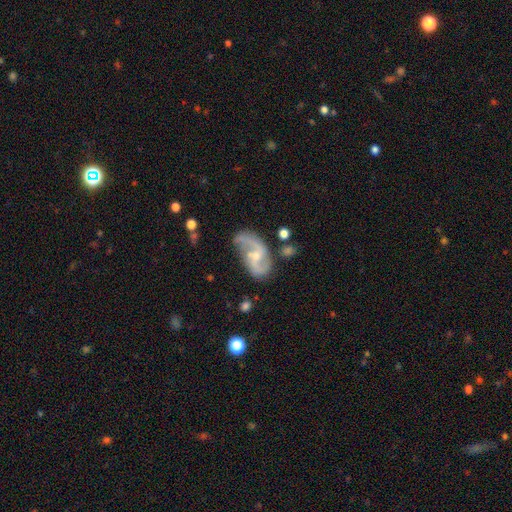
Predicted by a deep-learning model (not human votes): This appears to be a featured or disk galaxy (86%) with no bar (45%), 2 (89%) loose (55%) spiral arms (95%) and a small central bulge (63%). Merging: none (59%).